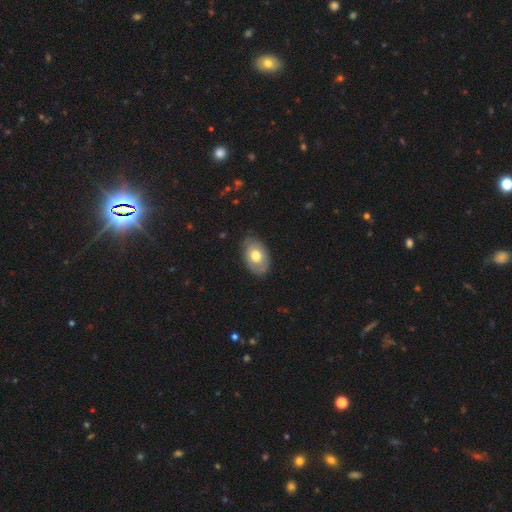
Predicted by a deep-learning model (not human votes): smooth 68%, featured or disk 25%, star or artifact 6%. Down the decision tree: how rounded — in between (89%); merging — none (80%).